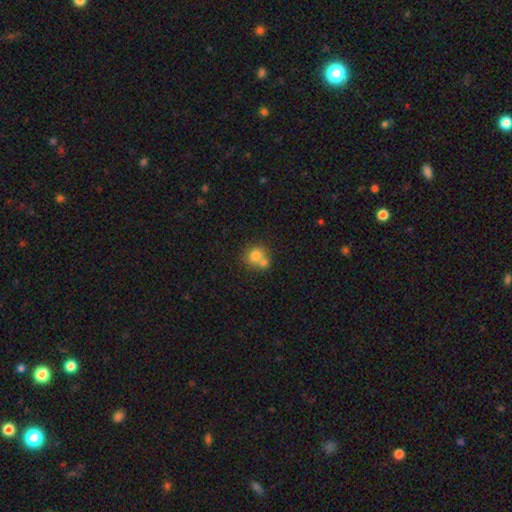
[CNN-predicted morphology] This appears to be a smooth galaxy with no disk features (76%) that is round (75%). Merging: merger (52%).